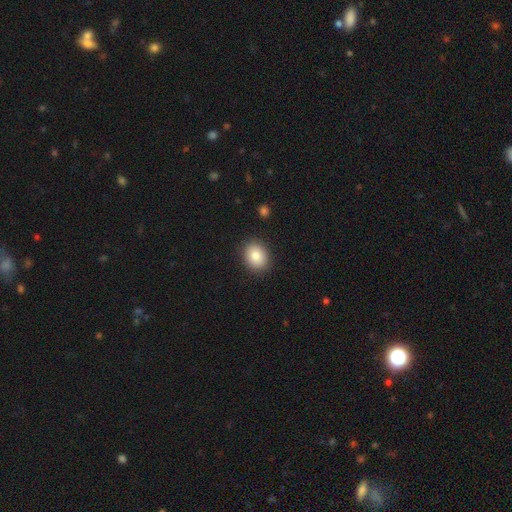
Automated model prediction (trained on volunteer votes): Smooth or featured? Predicted: smooth (p=0.84). How rounded? Predicted: round (p=0.53). Merging? Predicted: none (p=0.88).